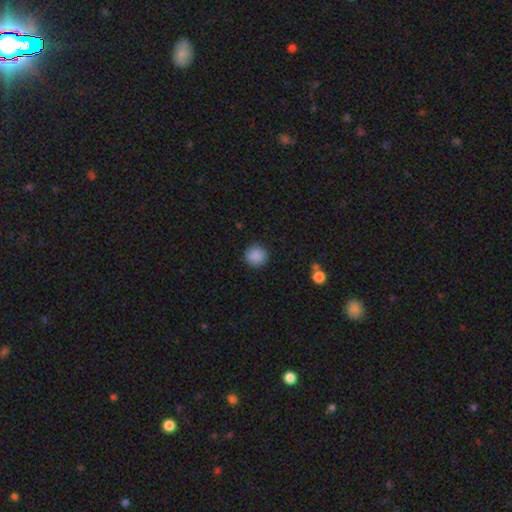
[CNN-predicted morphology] smooth_or_featured: smooth (p=0.88) [alt: star or artifact p=0.09]
how_rounded: round (p=0.92) [alt: in between p=0.07]
merging: none (p=0.90) [alt: minor disturbance p=0.06]